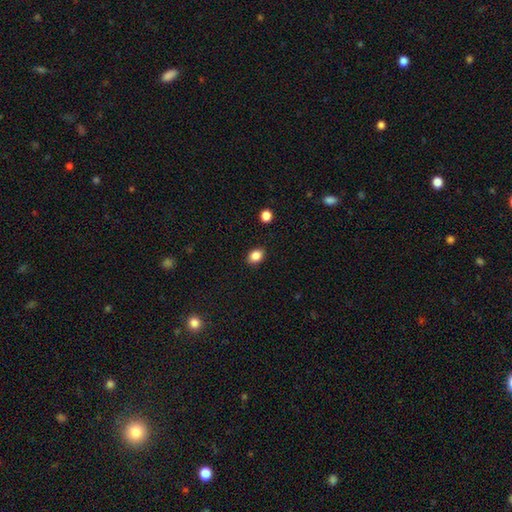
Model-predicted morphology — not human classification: A smooth galaxy with no disk features (86%) that is in between round and cigar-shaped (69%).

Vote fractions:
- Smooth or featured? smooth: 86% / star or artifact: 10% / featured or disk: 4%
- How rounded? in between: 69% / round: 30% / cigar-shaped: 1%
- Merging? none: 88% / minor disturbance: 8% / major disturbance: 2% / merger: 1%